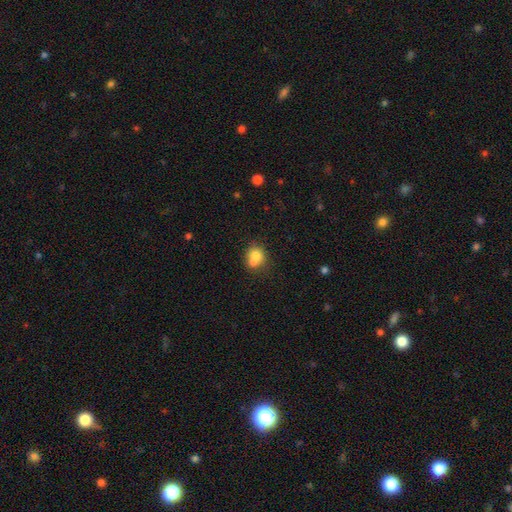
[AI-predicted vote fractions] Morphology: type=smooth (72%); roundness=round (68%); merging=merger (52%).